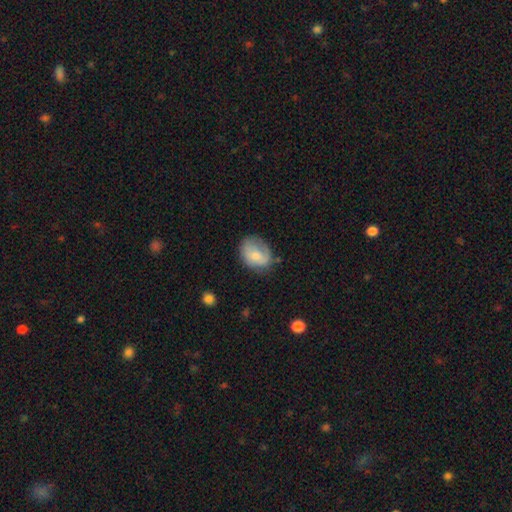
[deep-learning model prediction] This appears to be a smooth galaxy with no disk features (66%) that is in between round and cigar-shaped (65%). Merging: none (57%).